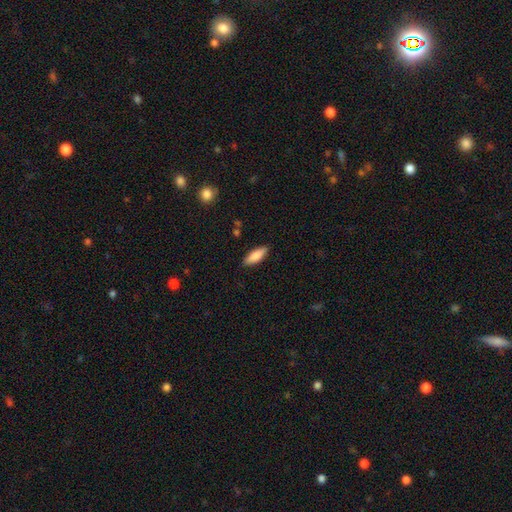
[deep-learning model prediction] Smooth or featured? smooth (85%)
How rounded? in between (67%)
Merging? none (87%)